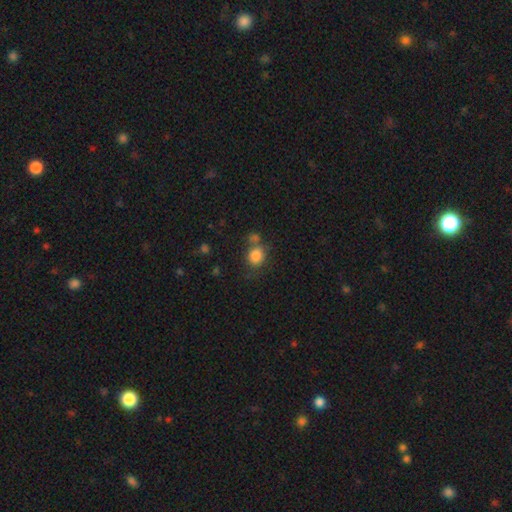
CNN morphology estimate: Smooth or featured?
  - smooth: 83% *
  - star or artifact: 10%
  - featured or disk: 6%
How rounded?
  - round: 72% *
  - in between: 27%
  - cigar-shaped: 1%
Merging?
  - none: 58% *
  - merger: 22%
  - minor disturbance: 15%
  - major disturbance: 6%